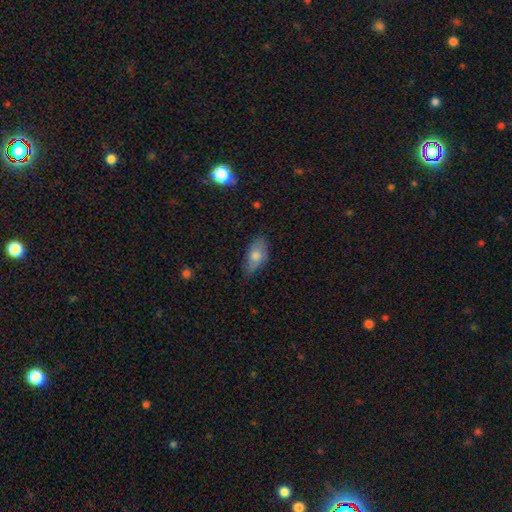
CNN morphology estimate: Smooth or featured: smooth — 69% (featured or disk — 23%)
How rounded: in between — 89% (round — 6%)
Merging: none — 69% (minor disturbance — 25%)